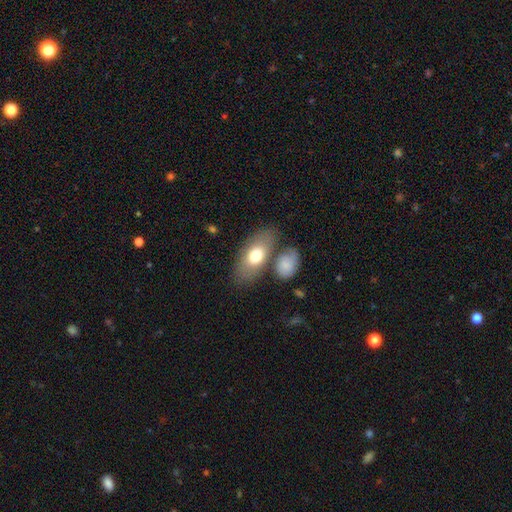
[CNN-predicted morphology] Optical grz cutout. It shows a smooth galaxy with no disk features (71%) that is in between round and cigar-shaped (89%). Merging: none (68%).